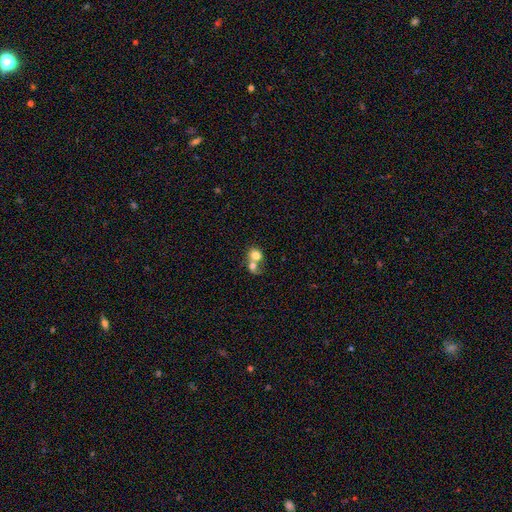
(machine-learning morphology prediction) type=smooth (74%); roundness=round (67%); merging=merger (72%).